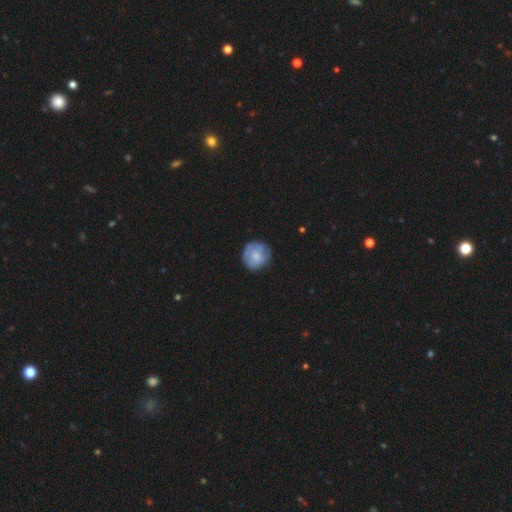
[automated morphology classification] smooth-or-featured: smooth: 57% | featured or disk: 37% | star or artifact: 6%
  how-rounded: round: 91% | in between: 8% | cigar-shaped: 1%
  merging: none: 77% | minor disturbance: 17% | major disturbance: 5% | merger: 1%